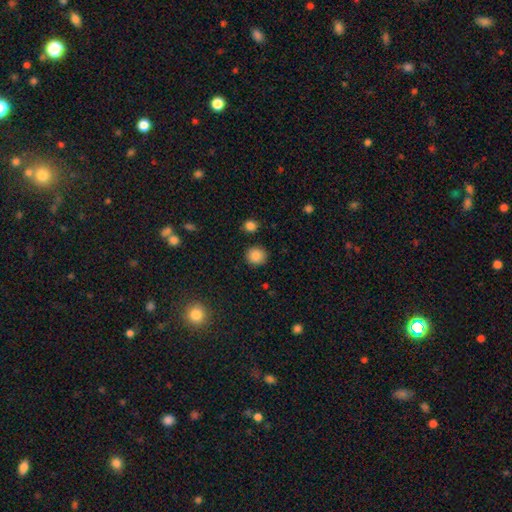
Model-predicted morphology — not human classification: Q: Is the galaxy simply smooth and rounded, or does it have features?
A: smooth — 86%.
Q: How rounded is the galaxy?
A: round — 89%.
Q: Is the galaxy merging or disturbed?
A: none — 88%.